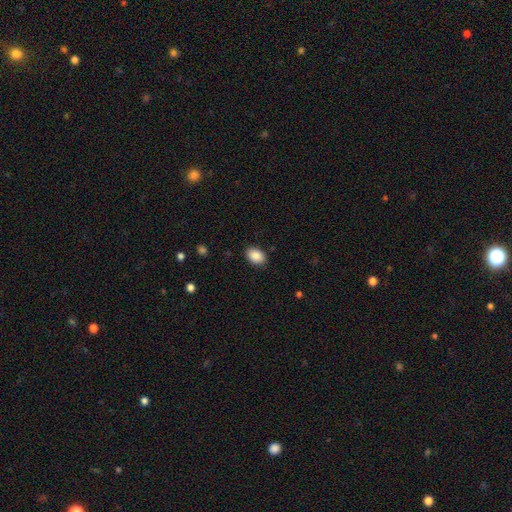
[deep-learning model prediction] Q: Smooth or featured?
A: smooth (89%); runner-up: star or artifact (8%)
Q: How rounded?
A: in between (78%); runner-up: round (21%)
Q: Merging?
A: none (88%); runner-up: minor disturbance (9%)